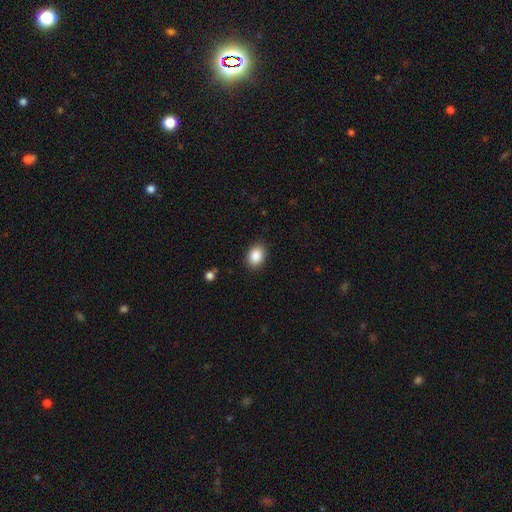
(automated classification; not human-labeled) Smooth or featured: smooth — 88% (star or artifact — 8%)
How rounded: in between — 72% (round — 27%)
Merging: none — 87% (minor disturbance — 9%)